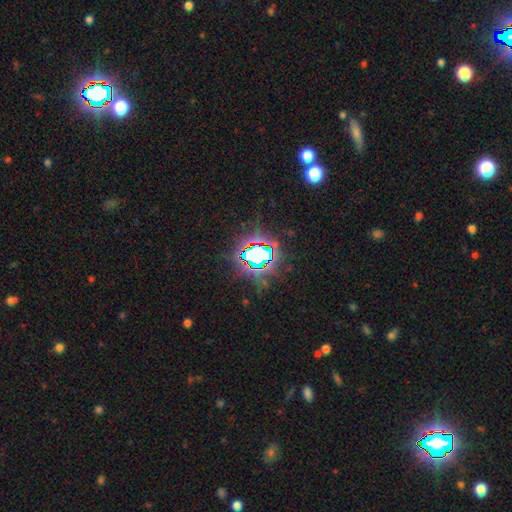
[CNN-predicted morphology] Smooth or featured?
  - star or artifact: 74% *
  - smooth: 14%
  - featured or disk: 12%